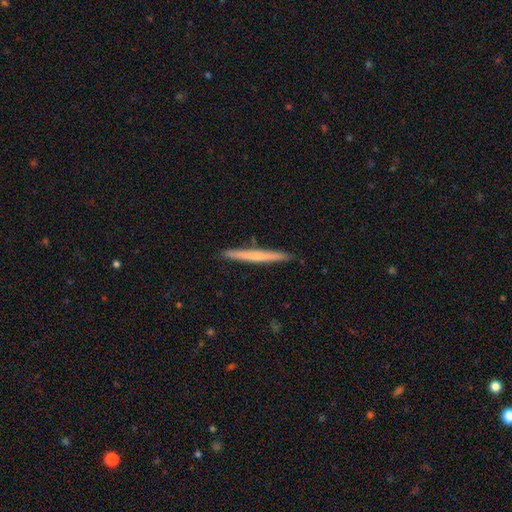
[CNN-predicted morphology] A smooth galaxy with no disk features (54%) that is cigar-shaped (97%). Merging: none (90%).